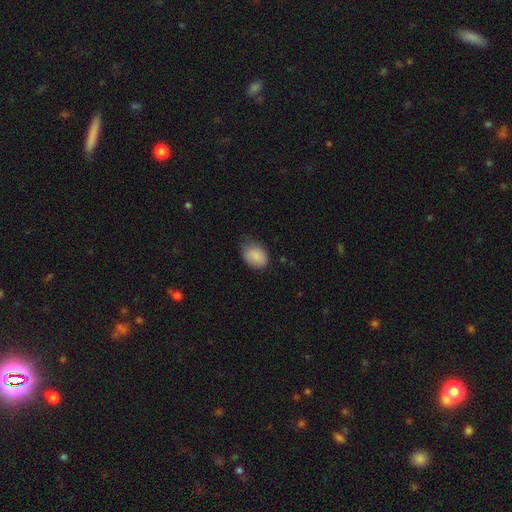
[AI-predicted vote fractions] This is clearly a smooth galaxy (87%). How rounded: likely in between (74%). Merging: likely none (65%).